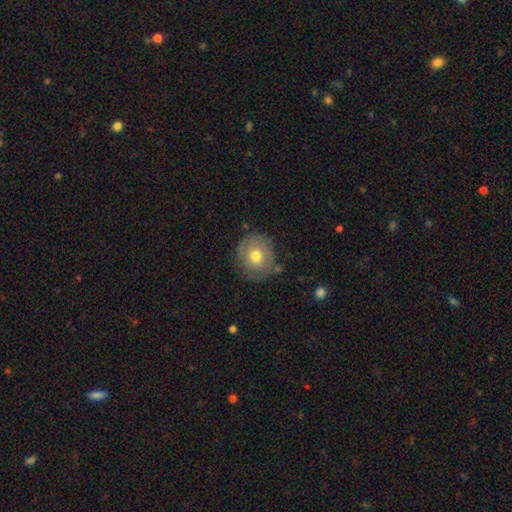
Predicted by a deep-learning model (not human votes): smooth-or-featured: smooth: 64% | featured or disk: 29% | star or artifact: 7%
  how-rounded: round: 86% | in between: 13% | cigar-shaped: 1%
  merging: none: 74% | minor disturbance: 18% | major disturbance: 6% | merger: 3%